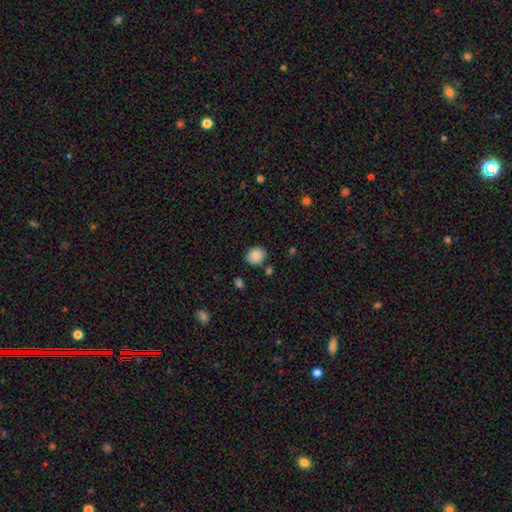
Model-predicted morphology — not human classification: Q: Smooth or featured?
A: smooth (87%); runner-up: star or artifact (8%)
Q: How rounded?
A: round (65%); runner-up: in between (34%)
Q: Merging?
A: none (78%); runner-up: minor disturbance (14%)